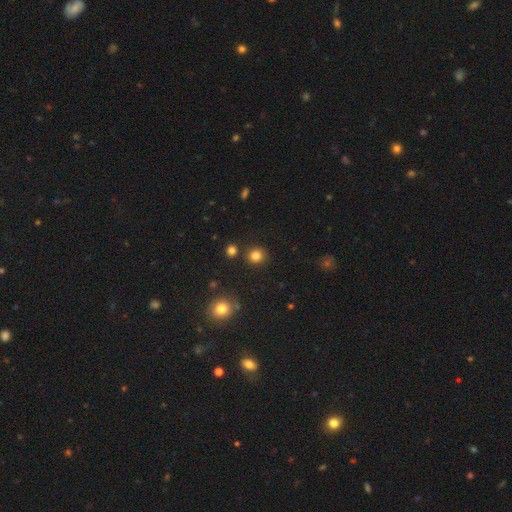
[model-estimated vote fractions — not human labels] Morphology: type=smooth (83%); roundness=round (89%); merging=none (88%).